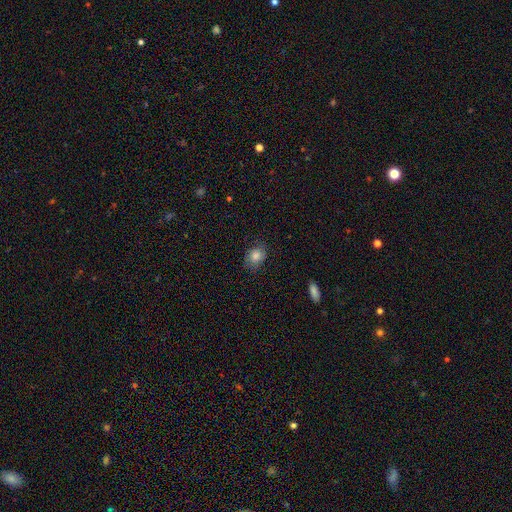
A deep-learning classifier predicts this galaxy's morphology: Overall: smooth (81%). How rounded: round (54%; in between 45%). Merging: none (77%).